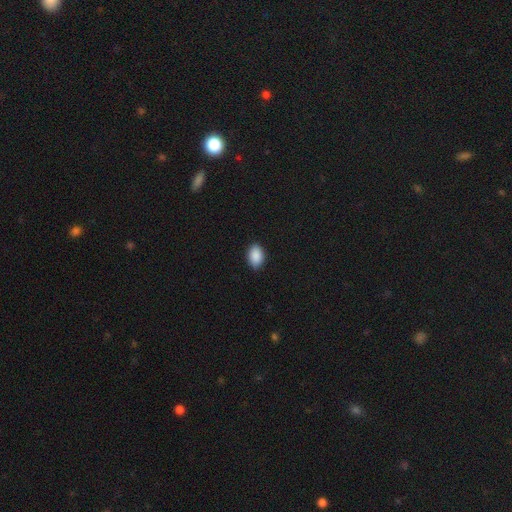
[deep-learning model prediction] Q: Smooth or featured?
A: smooth (90%); runner-up: star or artifact (7%)
Q: How rounded?
A: in between (89%); runner-up: round (10%)
Q: Merging?
A: none (88%); runner-up: minor disturbance (9%)